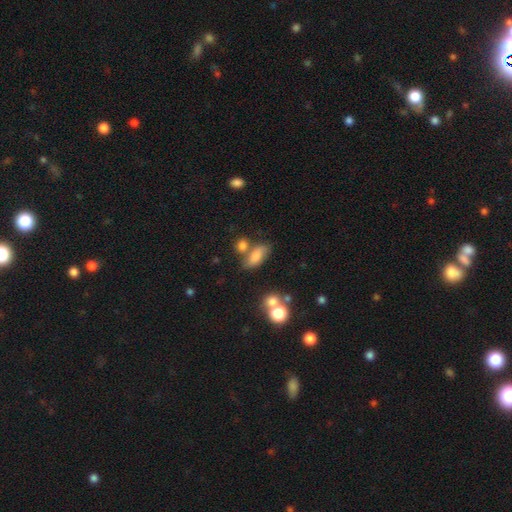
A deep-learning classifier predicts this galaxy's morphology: Q: Smooth or featured?
A: smooth (75%); runner-up: featured or disk (15%)
Q: How rounded?
A: in between (77%); runner-up: cigar-shaped (15%)
Q: Merging?
A: none (54%); runner-up: merger (22%)